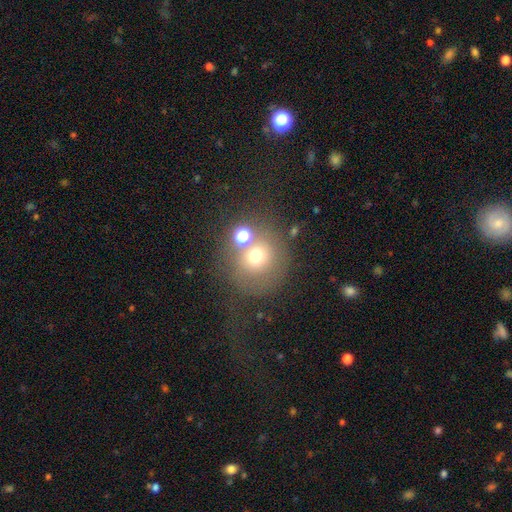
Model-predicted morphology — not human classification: smooth 64%, star or artifact 20%, featured or disk 16%. Down the decision tree: how rounded — round (88%); merging — none (56%).